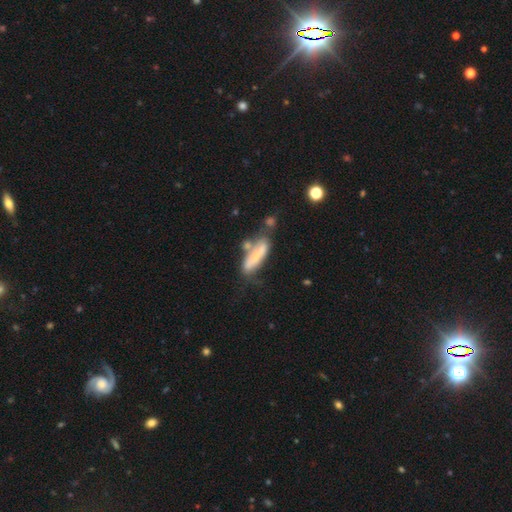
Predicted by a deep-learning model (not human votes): A smooth galaxy with no disk features (48%).

Vote fractions:
- Smooth or featured? smooth: 48% / featured or disk: 45% / star or artifact: 7%
- Merging? none: 35% / merger: 30% / minor disturbance: 22% / major disturbance: 13%